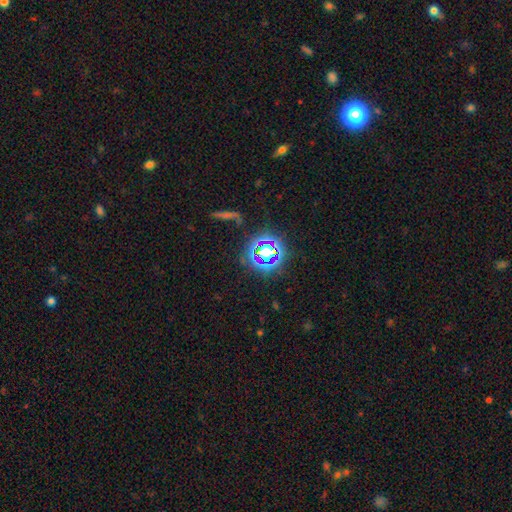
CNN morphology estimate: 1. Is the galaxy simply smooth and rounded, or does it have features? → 76% star or artifact, 15% smooth, 10% featured or disk.